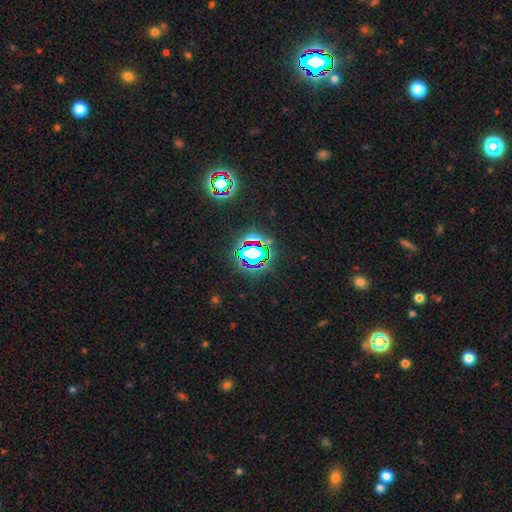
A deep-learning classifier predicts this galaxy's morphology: This appears to be a star or artifact, not a galaxy (70%).